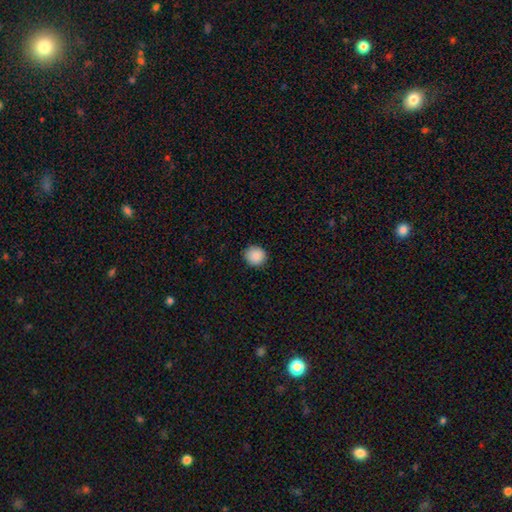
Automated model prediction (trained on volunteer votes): Q: Smooth or featured?
A: smooth (89%); runner-up: star or artifact (8%)
Q: How rounded?
A: round (91%); runner-up: in between (8%)
Q: Merging?
A: none (89%); runner-up: minor disturbance (8%)